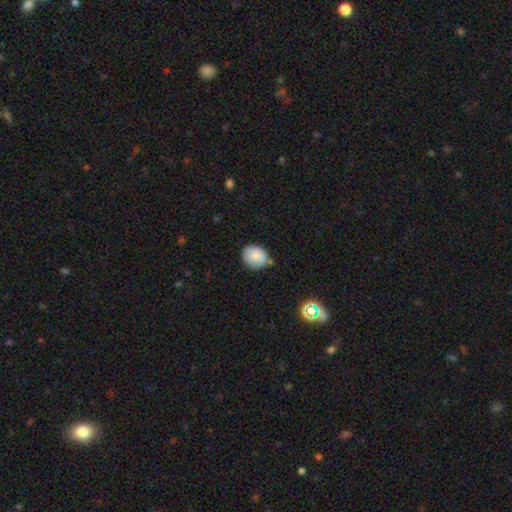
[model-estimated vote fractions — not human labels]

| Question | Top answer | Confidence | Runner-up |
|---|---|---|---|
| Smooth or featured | smooth | 85% | star or artifact (8%) |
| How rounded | round | 60% | in between (39%) |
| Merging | none | 70% | minor disturbance (21%) |